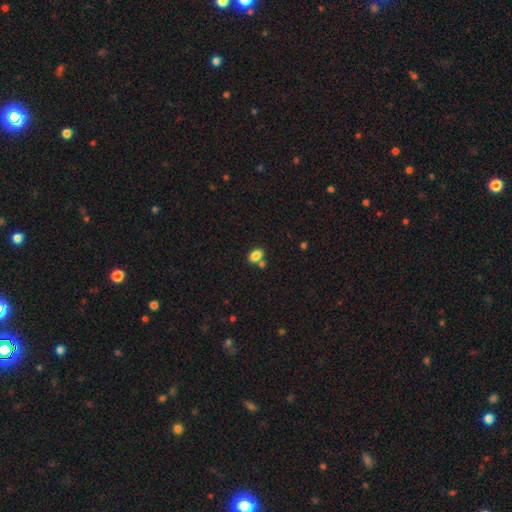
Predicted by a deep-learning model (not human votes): Smooth or featured: smooth — 84% (star or artifact — 10%)
How rounded: in between — 86% (round — 13%)
Merging: none — 58% (merger — 27%)